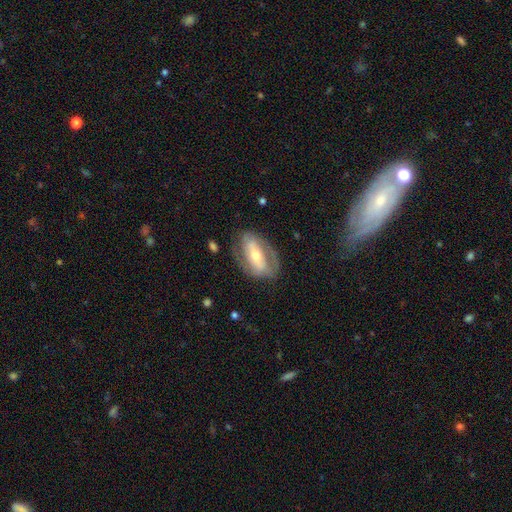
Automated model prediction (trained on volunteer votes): smooth_or_featured: featured or disk (p=0.69) [alt: smooth p=0.25]
disk_edge_on: no (p=0.90) [alt: yes p=0.10]
bar: strong (p=0.50) [alt: no p=0.26]
has_spiral_arms: yes (p=0.60) [alt: no p=0.40]
bulge_size: moderate (p=0.56) [alt: small p=0.37]
merging: none (p=0.70) [alt: minor disturbance p=0.17]